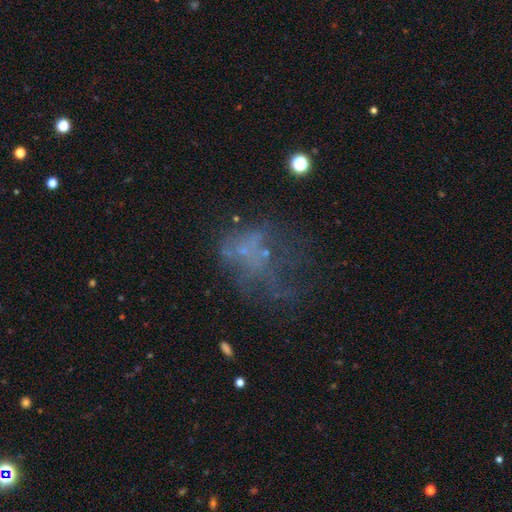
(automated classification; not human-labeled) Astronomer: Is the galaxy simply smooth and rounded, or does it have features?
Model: featured or disk — 43% (runner-up: star or artifact, 31%).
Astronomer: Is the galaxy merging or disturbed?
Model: major disturbance — 39% (runner-up: none, 38%).